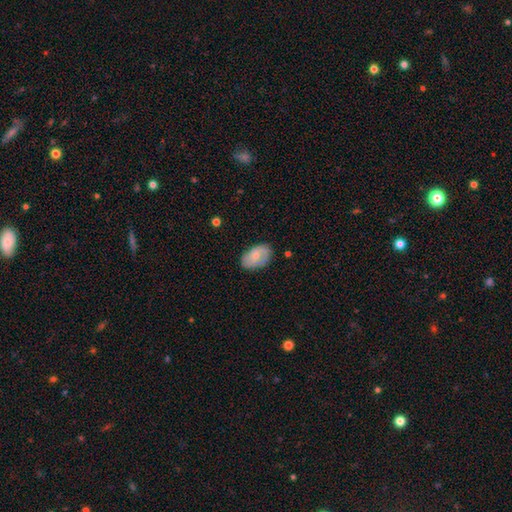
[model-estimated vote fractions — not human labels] This appears to be a smooth galaxy with no disk features (60%) that is in between round and cigar-shaped (90%). Merging: none (73%).